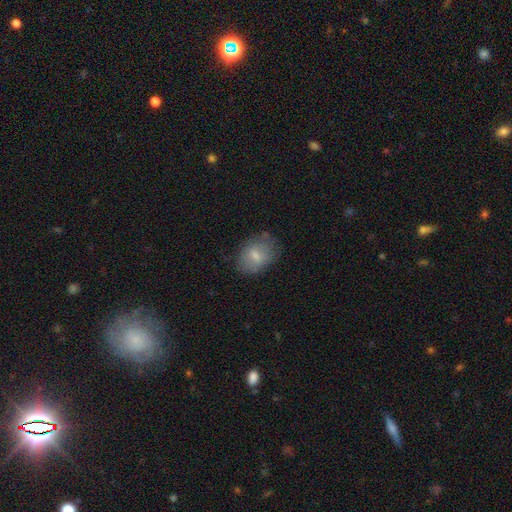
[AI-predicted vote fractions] smooth-or-featured: smooth: 70% | featured or disk: 21% | star or artifact: 8%
  how-rounded: in between: 75% | round: 23% | cigar-shaped: 1%
  merging: none: 68% | minor disturbance: 22% | major disturbance: 8% | merger: 2%